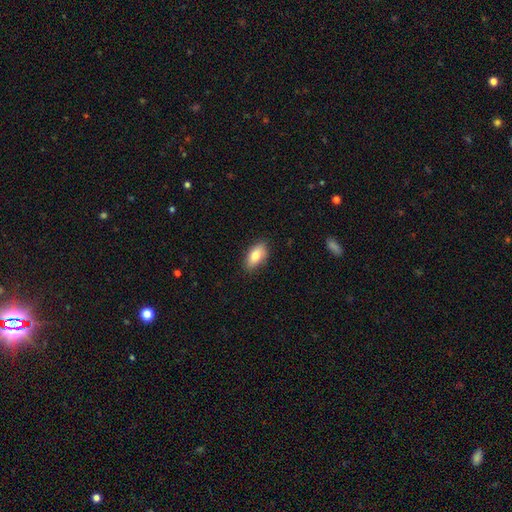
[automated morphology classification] This is likely a smooth galaxy (80%). How rounded: clearly in between (90%). Merging: clearly none (84%).